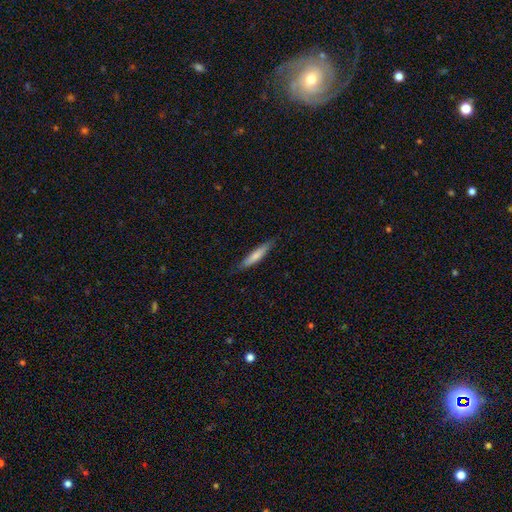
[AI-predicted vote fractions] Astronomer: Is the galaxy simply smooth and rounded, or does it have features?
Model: smooth — 75%.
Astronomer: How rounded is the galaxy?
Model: cigar-shaped — 88%.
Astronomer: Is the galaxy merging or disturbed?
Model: none — 83%.